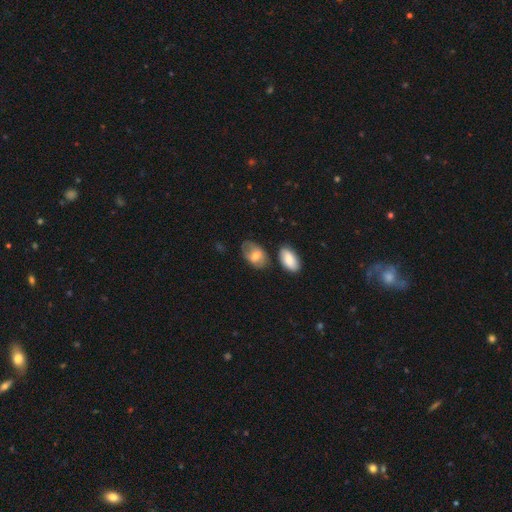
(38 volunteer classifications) A smooth galaxy with no disk features (68%) that is in between round and cigar-shaped (88%).

Vote fractions:
- Smooth or featured? smooth: 68% / featured or disk: 29% / star or artifact: 3%
- How rounded? in between: 88% / round: 12% / cigar-shaped: 0%
- Merging? none: 65% / minor disturbance: 19% / merger: 14% / major disturbance: 3%